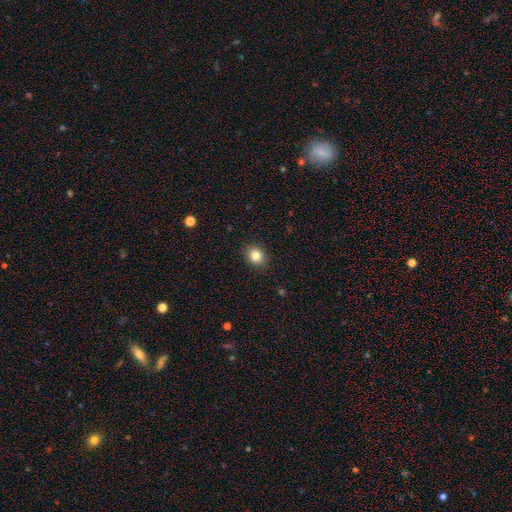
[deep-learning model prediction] Smooth or featured?
  - smooth: 83% *
  - star or artifact: 11%
  - featured or disk: 7%
How rounded?
  - round: 63% *
  - in between: 36%
  - cigar-shaped: 1%
Merging?
  - none: 90% *
  - minor disturbance: 7%
  - major disturbance: 2%
  - merger: 1%